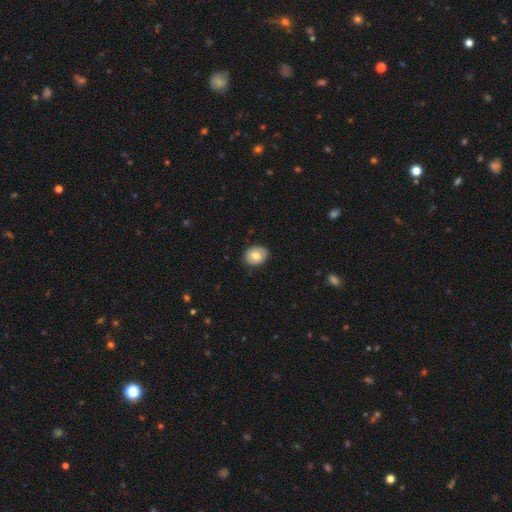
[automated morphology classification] This is likely a smooth galaxy (74%). How rounded: possibly in between (55%). Merging: clearly none (84%).